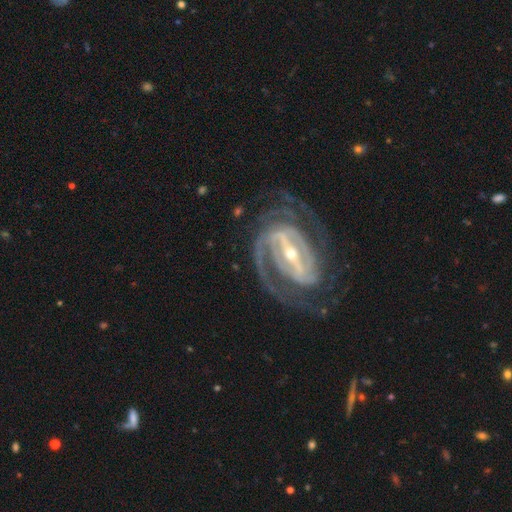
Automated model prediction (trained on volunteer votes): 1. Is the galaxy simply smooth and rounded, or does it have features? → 89% featured or disk, 6% star or artifact, 4% smooth.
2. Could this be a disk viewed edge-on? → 96% no, 4% yes.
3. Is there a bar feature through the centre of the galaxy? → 55% strong, 31% weak, 15% no.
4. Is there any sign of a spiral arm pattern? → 97% yes, 3% no.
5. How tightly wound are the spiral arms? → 50% tight, 41% medium, 9% loose.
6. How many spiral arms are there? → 73% 2, 9% 3, 8% can't tell, 4% 1, 3% 4, 3% more than 4.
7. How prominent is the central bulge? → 67% small, 28% moderate, 2% large, 1% none, 1% dominant.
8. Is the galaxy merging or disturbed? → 72% none, 16% minor disturbance, 11% major disturbance, 2% merger.